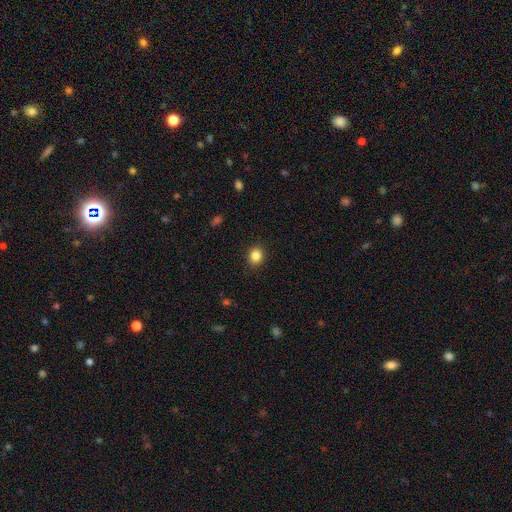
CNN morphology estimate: Overall: smooth (85%). How rounded: round (72%). Merging: none (90%).